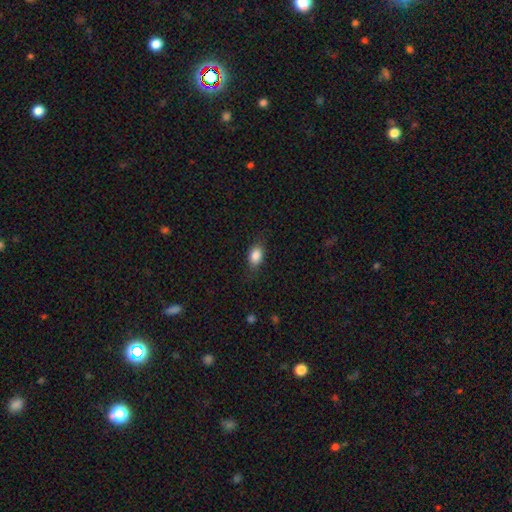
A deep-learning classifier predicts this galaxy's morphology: Smooth or featured? smooth (86%)
How rounded? in between (84%)
Merging? none (81%)